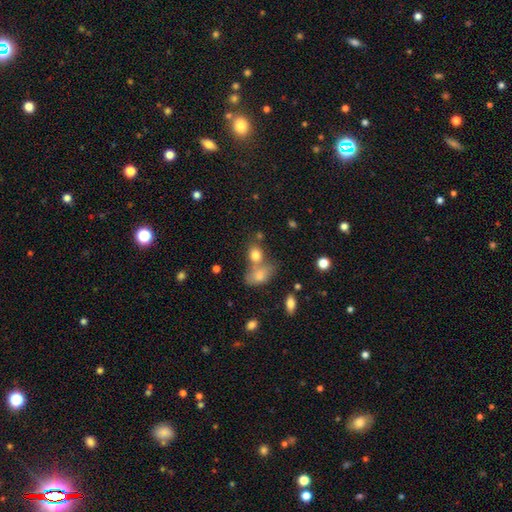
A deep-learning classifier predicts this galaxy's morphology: Smooth or featured? smooth (79%)
How rounded? in between (52%)
Merging? none (46%)